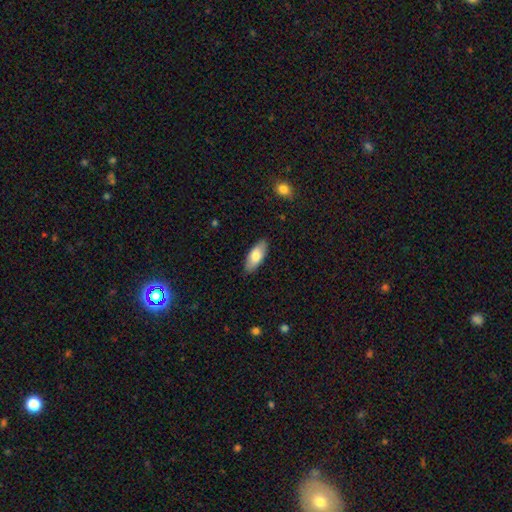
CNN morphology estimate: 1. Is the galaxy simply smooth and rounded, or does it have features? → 77% smooth, 18% featured or disk, 6% star or artifact.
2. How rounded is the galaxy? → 82% in between, 16% cigar-shaped, 2% round.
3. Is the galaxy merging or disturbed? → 88% none, 9% minor disturbance, 2% major disturbance, 1% merger.